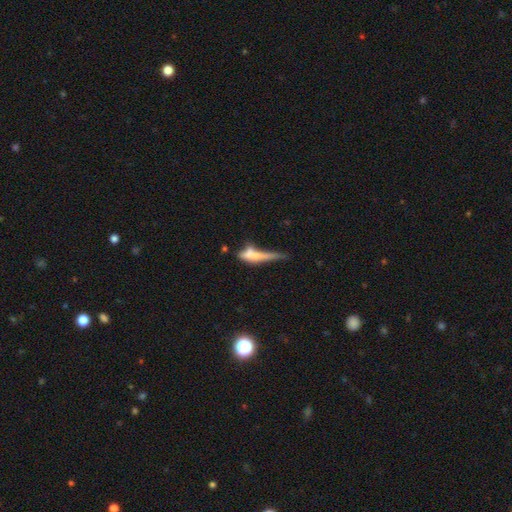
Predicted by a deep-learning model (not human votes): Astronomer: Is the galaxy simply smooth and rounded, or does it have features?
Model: smooth — 52% (runner-up: featured or disk, 38%).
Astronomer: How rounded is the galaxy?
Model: cigar-shaped — 75%.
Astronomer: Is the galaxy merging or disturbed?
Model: none — 28% (runner-up: merger, 26%).